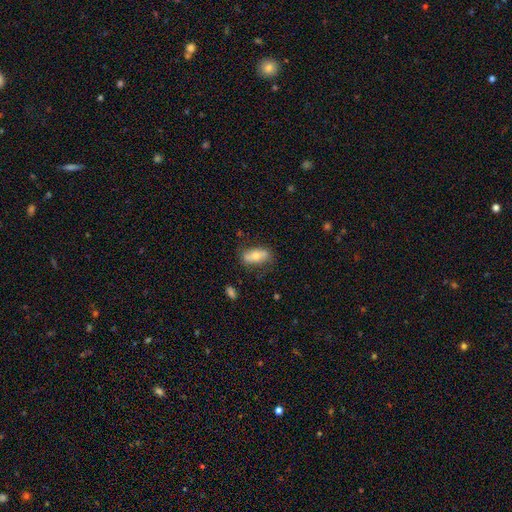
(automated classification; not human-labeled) This is likely a smooth galaxy (64%). How rounded: clearly in between (84%). Merging: likely none (70%).